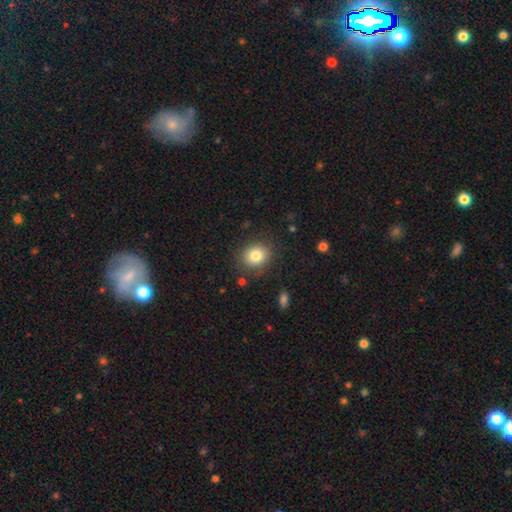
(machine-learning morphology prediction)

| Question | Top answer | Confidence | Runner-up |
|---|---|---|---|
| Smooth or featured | smooth | 82% | star or artifact (10%) |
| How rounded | round | 72% | in between (27%) |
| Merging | none | 85% | minor disturbance (10%) |